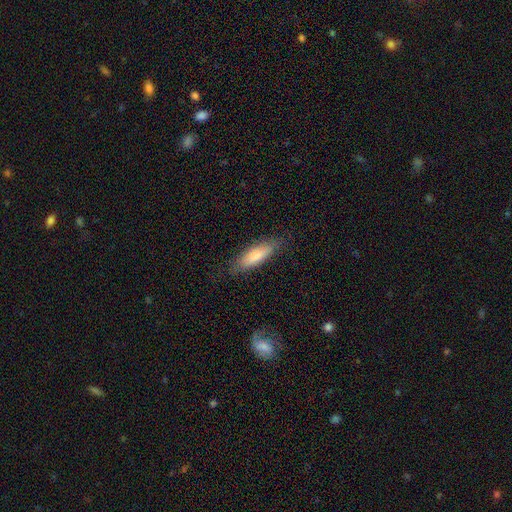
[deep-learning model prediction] A smooth galaxy with no disk features (79%) that is cigar-shaped (53%). Merging: none (79%).